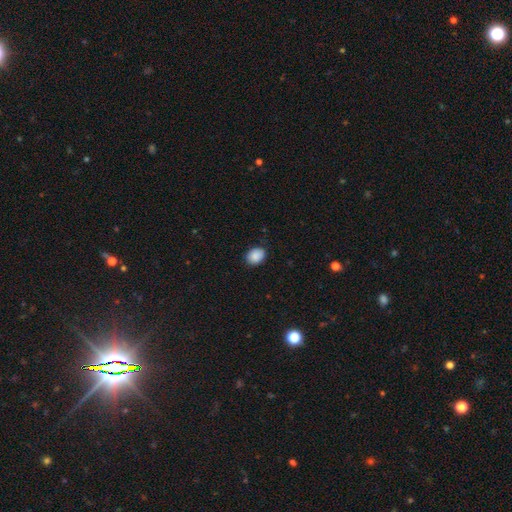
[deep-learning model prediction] Q: Smooth or featured?
A: smooth (88%); runner-up: star or artifact (8%)
Q: How rounded?
A: in between (50%); runner-up: round (49%)
Q: Merging?
A: none (83%); runner-up: minor disturbance (13%)